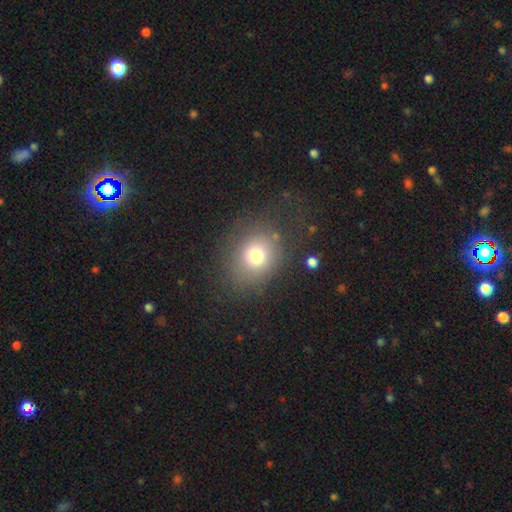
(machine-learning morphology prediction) The model was most divided on "how rounded": round: 73%, in between: 26%, cigar-shaped: 1%. More confident: merging — none (78%); smooth or featured — smooth (73%).